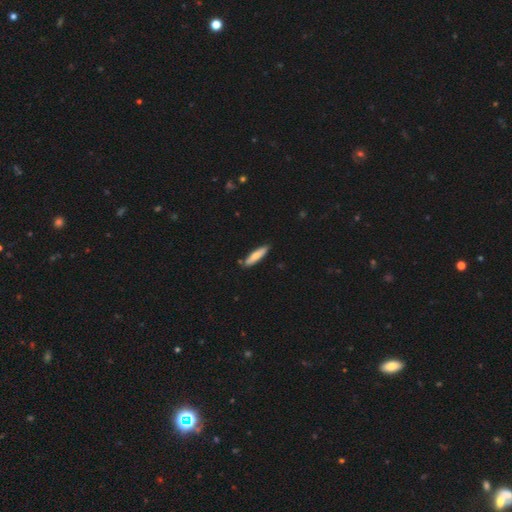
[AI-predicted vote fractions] Smooth or featured?
  - smooth: 75% *
  - featured or disk: 20%
  - star or artifact: 5%
How rounded?
  - cigar-shaped: 74% *
  - in between: 24%
  - round: 1%
Merging?
  - none: 84% *
  - minor disturbance: 12%
  - merger: 3%
  - major disturbance: 2%